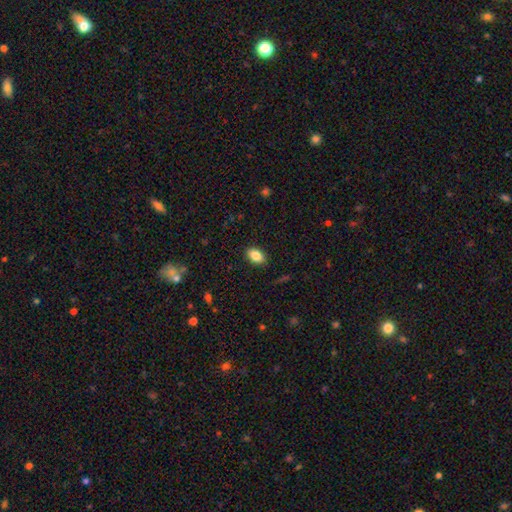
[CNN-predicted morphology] A smooth galaxy with no disk features (86%) that is in between round and cigar-shaped (90%). Merging: none (88%).